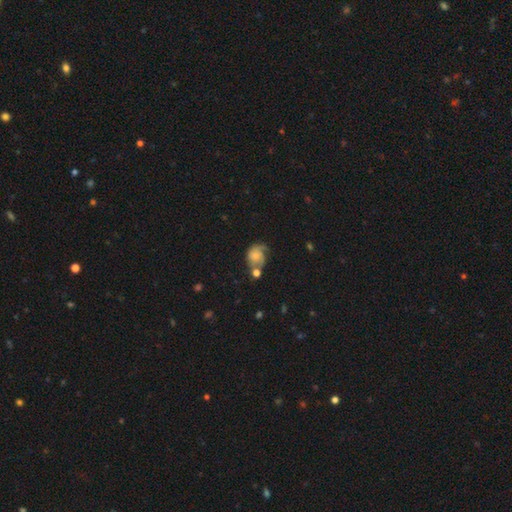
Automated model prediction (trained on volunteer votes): Overall: featured or disk (47%; smooth 43%). Merging: none (33%; minor disturbance 25%).